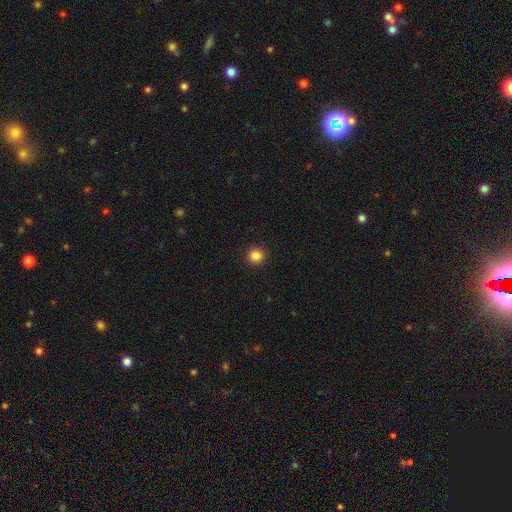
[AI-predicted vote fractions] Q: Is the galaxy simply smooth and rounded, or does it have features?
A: smooth — 85%.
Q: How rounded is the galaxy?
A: round — 93%.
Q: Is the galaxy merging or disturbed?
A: none — 93%.